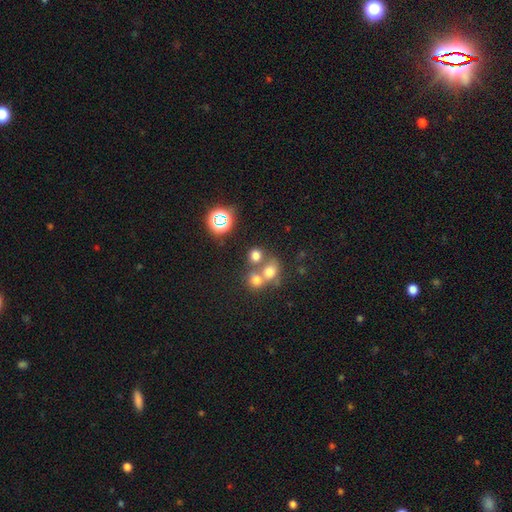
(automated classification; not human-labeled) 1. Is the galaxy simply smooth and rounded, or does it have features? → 66% smooth, 23% star or artifact, 11% featured or disk.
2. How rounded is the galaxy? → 74% round, 25% in between, 1% cigar-shaped.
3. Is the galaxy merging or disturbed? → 47% none, 40% merger, 8% minor disturbance, 4% major disturbance.